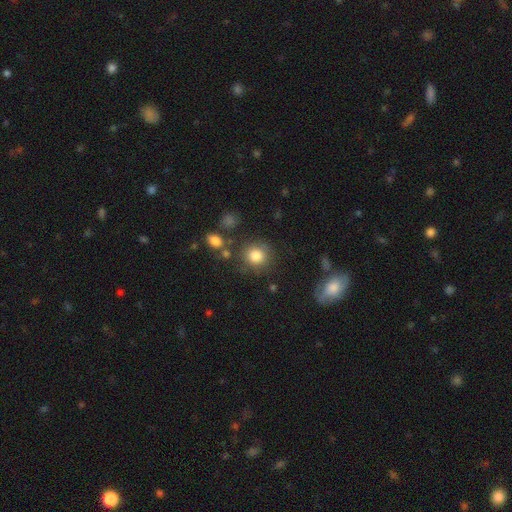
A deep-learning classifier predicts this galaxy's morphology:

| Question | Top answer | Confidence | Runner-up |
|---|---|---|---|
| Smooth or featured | smooth | 82% | star or artifact (10%) |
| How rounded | round | 85% | in between (14%) |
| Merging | none | 76% | minor disturbance (13%) |